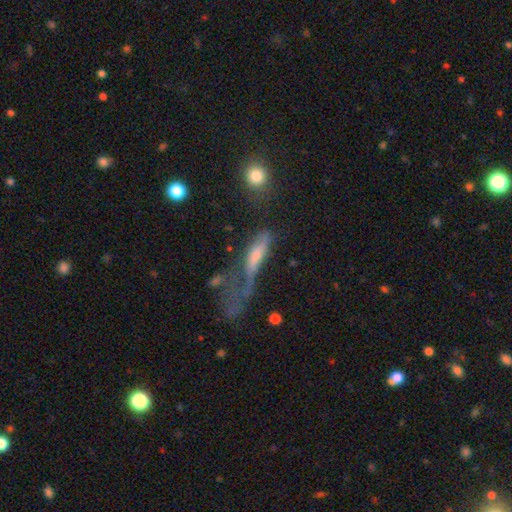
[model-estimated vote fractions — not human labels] A smooth galaxy with no disk features (48%).

Vote fractions:
- Smooth or featured? smooth: 48% / featured or disk: 42% / star or artifact: 11%
- Merging? major disturbance: 55% / none: 18% / minor disturbance: 15% / merger: 13%